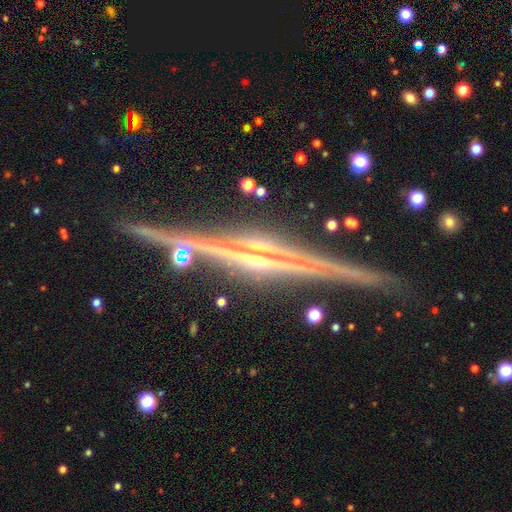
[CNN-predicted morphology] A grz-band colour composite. It shows a featured or disk galaxy (89%) viewed edge-on (98%) with a rounded central bulge (77%). Merging: none (86%).